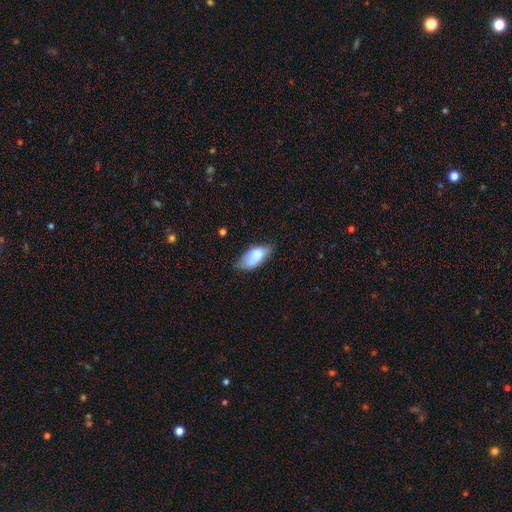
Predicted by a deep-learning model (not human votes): The model was most divided on "merging": none: 54%, minor disturbance: 34%, major disturbance: 9%, merger: 4%. More confident: how rounded — in between (88%); smooth or featured — smooth (77%).